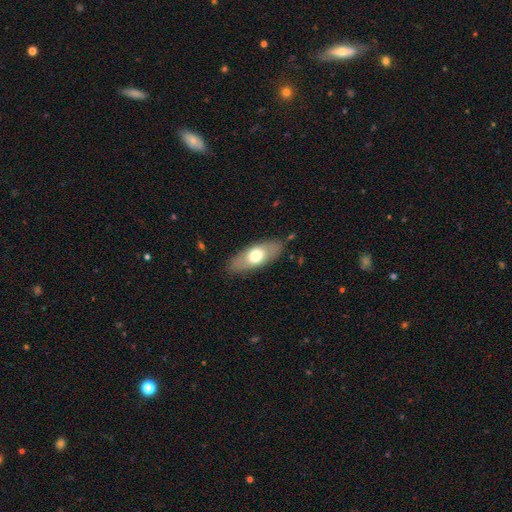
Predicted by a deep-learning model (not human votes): A smooth galaxy with no disk features (63%) that is in between round and cigar-shaped (80%).

Vote fractions:
- Smooth or featured? smooth: 63% / featured or disk: 31% / star or artifact: 6%
- How rounded? in between: 80% / cigar-shaped: 17% / round: 3%
- Merging? none: 83% / minor disturbance: 12% / major disturbance: 3% / merger: 2%